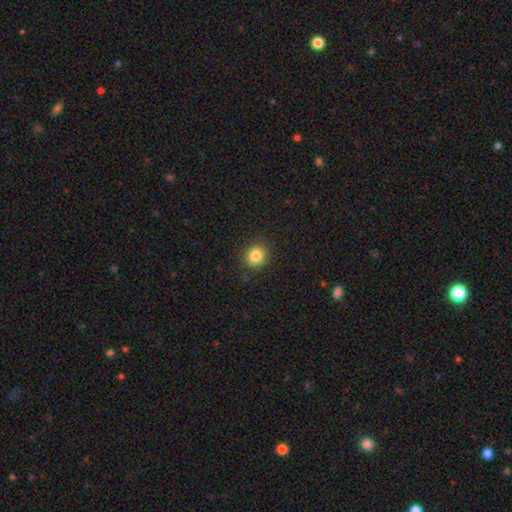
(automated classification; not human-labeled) A smooth galaxy with no disk features (84%) that is round (83%).

Vote fractions:
- Smooth or featured? smooth: 84% / star or artifact: 11% / featured or disk: 5%
- How rounded? round: 83% / in between: 16% / cigar-shaped: 1%
- Merging? none: 89% / minor disturbance: 7% / major disturbance: 2% / merger: 1%